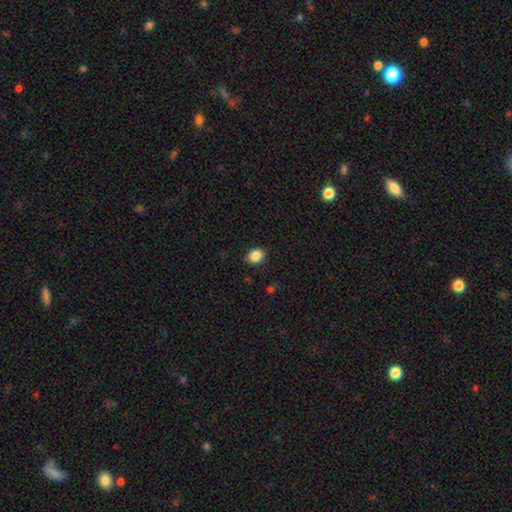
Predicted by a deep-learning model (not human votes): Morphology: type=smooth (87%); roundness=in between (56%); merging=none (89%).